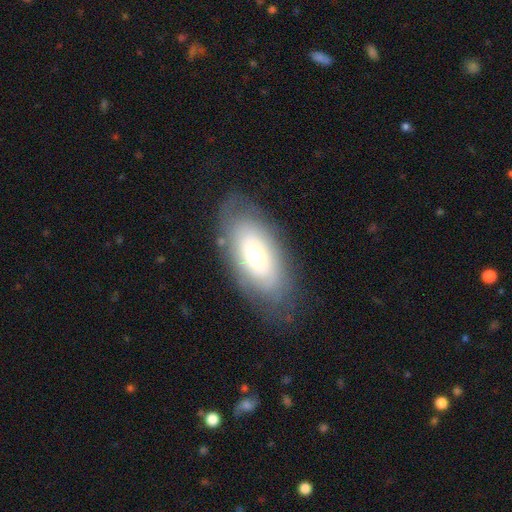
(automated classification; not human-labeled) This appears to be a featured or disk galaxy (46%, tied with smooth). Merging: none (74%).